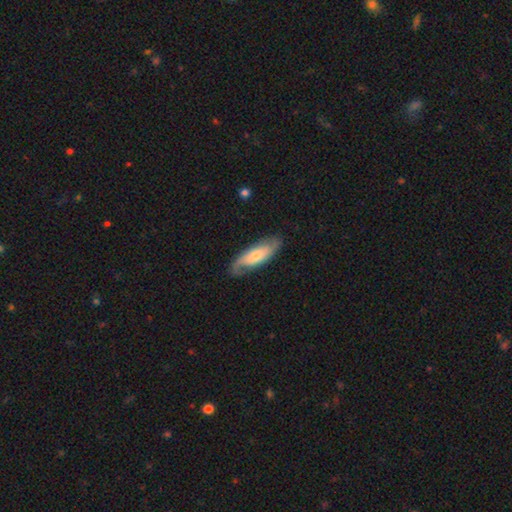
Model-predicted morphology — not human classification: Overall: featured or disk (58%; smooth 36%). Edge-on disk: no (84%). Merging: none (74%).